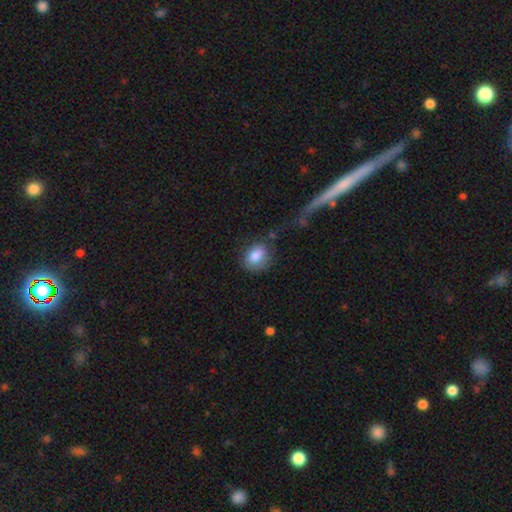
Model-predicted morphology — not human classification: The model was most divided on "how rounded": in between: 63%, round: 36%, cigar-shaped: 1%. More confident: smooth or featured — smooth (84%); merging — none (61%).